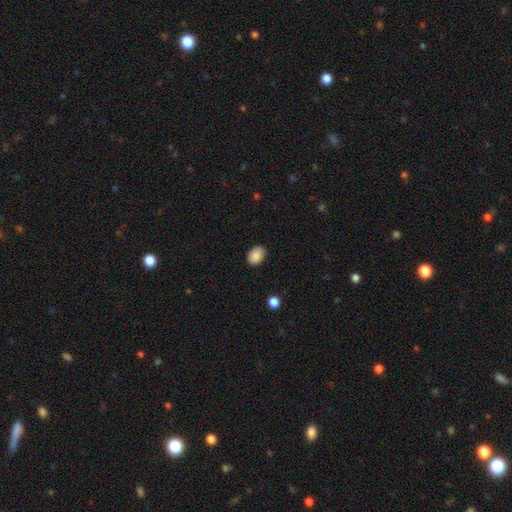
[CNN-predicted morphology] smooth-or-featured: smooth: 89% | star or artifact: 8% | featured or disk: 4%
  how-rounded: in between: 80% | round: 19% | cigar-shaped: 1%
  merging: none: 87% | minor disturbance: 10% | major disturbance: 2% | merger: 1%